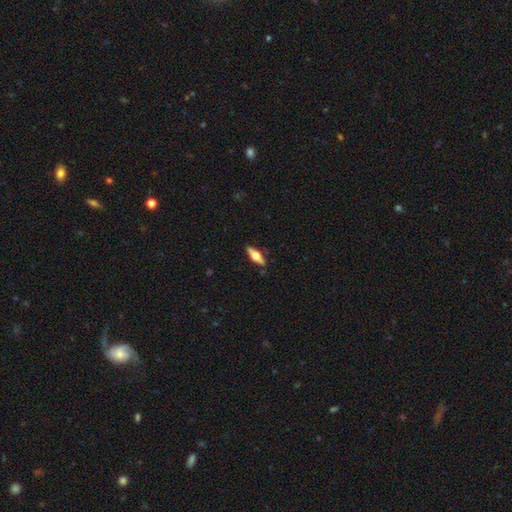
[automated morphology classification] Smooth or featured?
  - featured or disk: 54% *
  - smooth: 40%
  - star or artifact: 6%
Edge-on disk?
  - yes: 92% *
  - no: 8%
Edge-on bulge?
  - rounded: 93% *
  - boxy: 5%
  - none: 2%
Merging?
  - none: 87% *
  - minor disturbance: 10%
  - major disturbance: 2%
  - merger: 1%